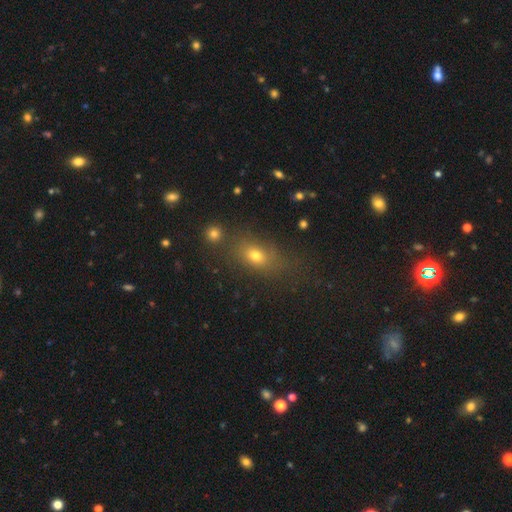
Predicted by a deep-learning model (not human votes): smooth 70%, star or artifact 17%, featured or disk 13%. Down the decision tree: how rounded — in between (71%); merging — none (68%).